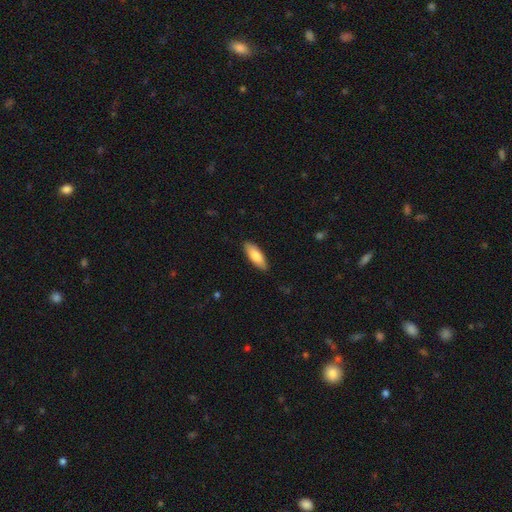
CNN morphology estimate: Smooth or featured? smooth (82%)
How rounded? in between (66%)
Merging? none (88%)